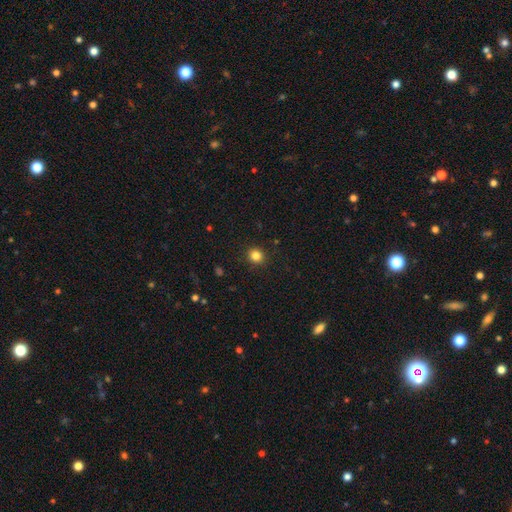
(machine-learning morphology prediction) Smooth or featured?
  - smooth: 84% *
  - star or artifact: 12%
  - featured or disk: 4%
How rounded?
  - round: 87% *
  - in between: 12%
  - cigar-shaped: 1%
Merging?
  - none: 90% *
  - minor disturbance: 7%
  - major disturbance: 2%
  - merger: 1%